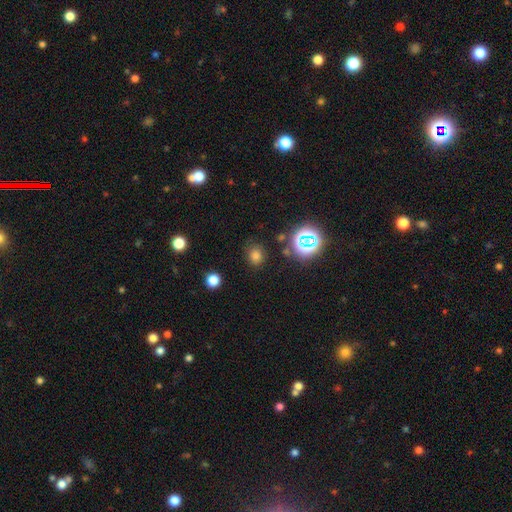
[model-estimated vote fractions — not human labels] Smooth or featured? Predicted: smooth (p=0.70). How rounded? Predicted: round (p=0.71). Merging? Predicted: none (p=0.81).